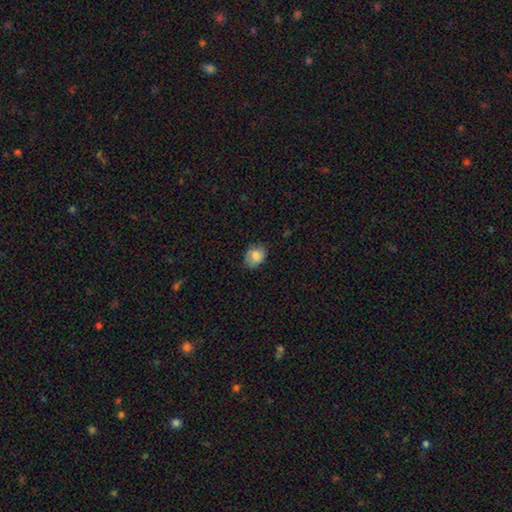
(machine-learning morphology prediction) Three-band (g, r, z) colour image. It shows a smooth galaxy with no disk features (81%) that is in between round and cigar-shaped (57%). Merging: none (74%).